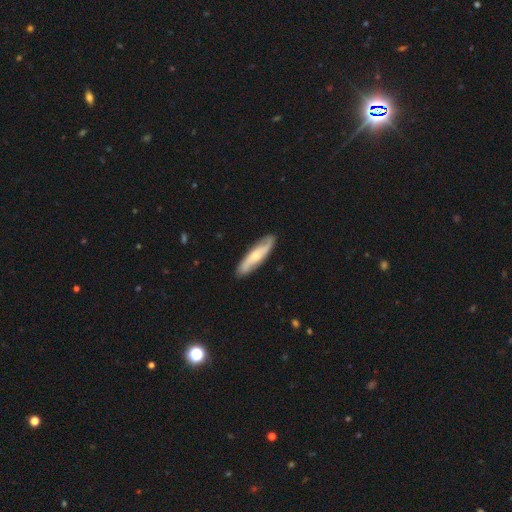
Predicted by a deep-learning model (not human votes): smooth-or-featured: featured or disk: 56% | smooth: 39% | star or artifact: 5%
  disk-edge-on: no: 65% | yes: 35%
  merging: none: 87% | minor disturbance: 10% | major disturbance: 2% | merger: 1%